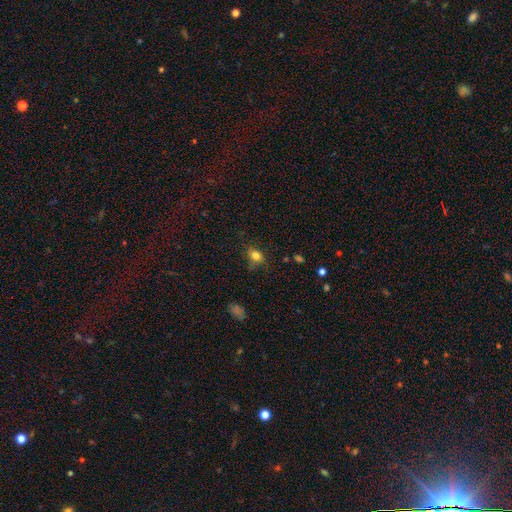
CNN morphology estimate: Smooth or featured? Predicted: smooth (p=0.81). How rounded? Predicted: in between (p=0.56). Merging? Predicted: none (p=0.66).